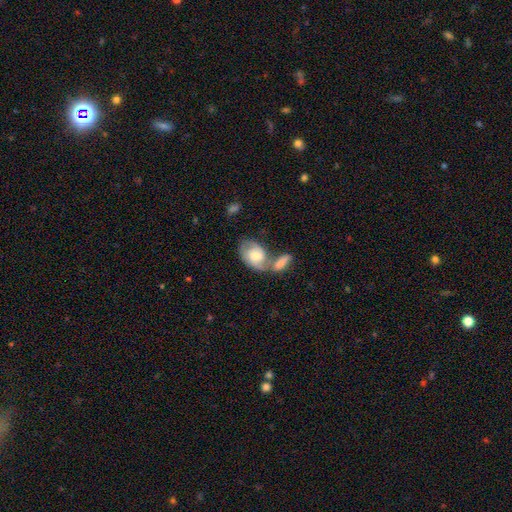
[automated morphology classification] This is possibly a featured or disk galaxy (52%). It is clearly not viewed edge-on (95%). Merging: possibly merger (53%).